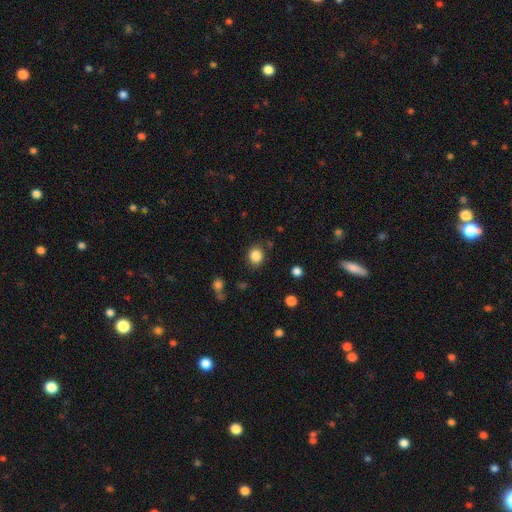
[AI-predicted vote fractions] Smooth or featured? smooth (85%)
How rounded? round (75%)
Merging? none (83%)